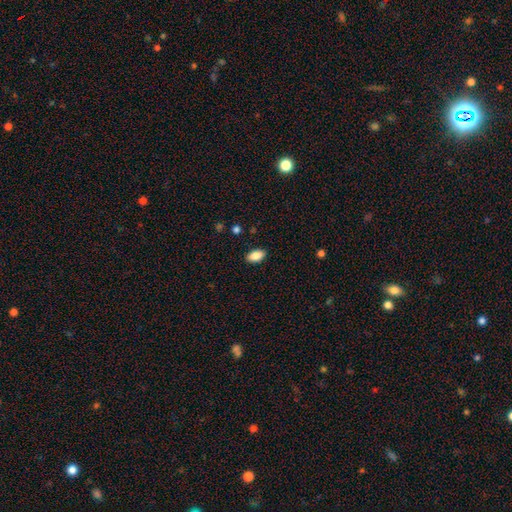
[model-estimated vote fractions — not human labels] Smooth or featured? smooth (87%)
How rounded? in between (92%)
Merging? none (89%)